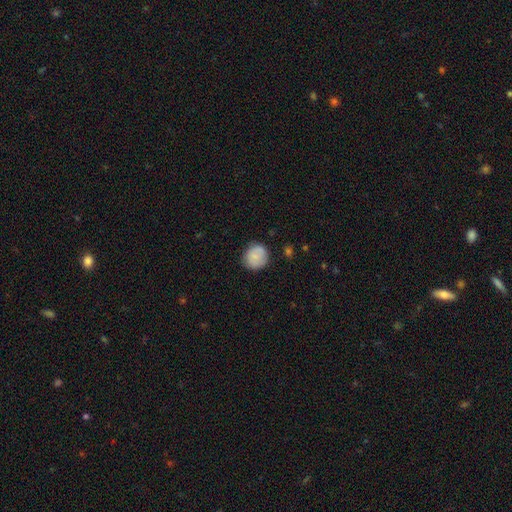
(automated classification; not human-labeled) Smooth or featured?
  - smooth: 82% *
  - featured or disk: 11%
  - star or artifact: 7%
How rounded?
  - round: 84% *
  - in between: 15%
  - cigar-shaped: 1%
Merging?
  - none: 80% *
  - minor disturbance: 15%
  - major disturbance: 3%
  - merger: 1%